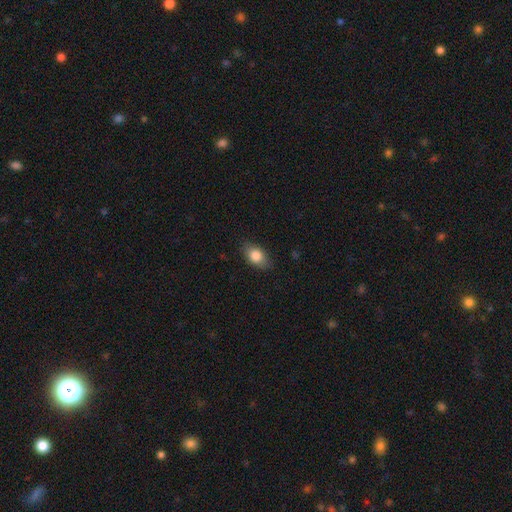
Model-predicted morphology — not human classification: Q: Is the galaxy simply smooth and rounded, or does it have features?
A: smooth — 82%.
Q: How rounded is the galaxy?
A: in between — 85%.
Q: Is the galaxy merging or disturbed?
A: none — 83%.